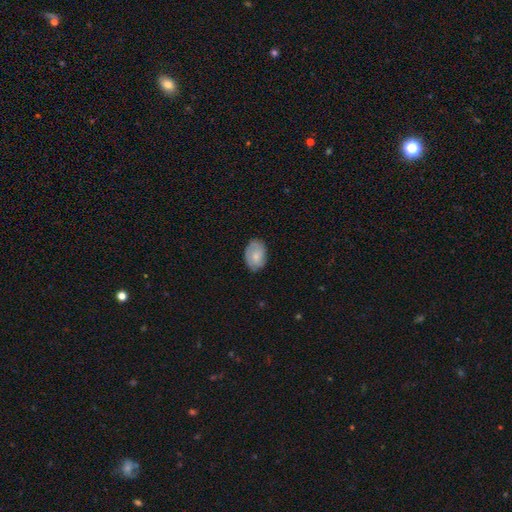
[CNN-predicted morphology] Smooth or featured? smooth (62%)
How rounded? in between (82%)
Merging? none (76%)